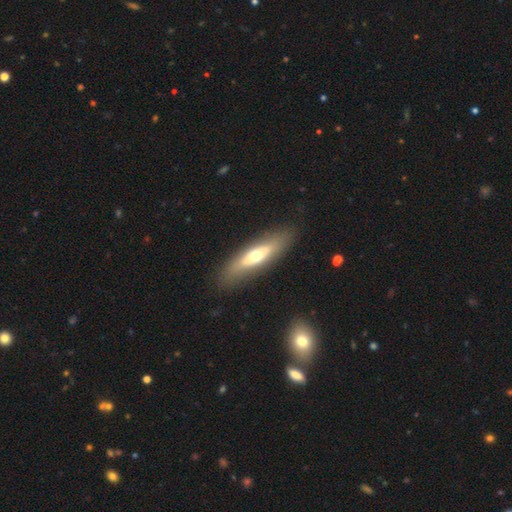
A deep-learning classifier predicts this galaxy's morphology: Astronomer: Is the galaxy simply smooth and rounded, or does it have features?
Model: smooth — 49% (runner-up: featured or disk, 45%).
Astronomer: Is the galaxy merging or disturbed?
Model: none — 84%.